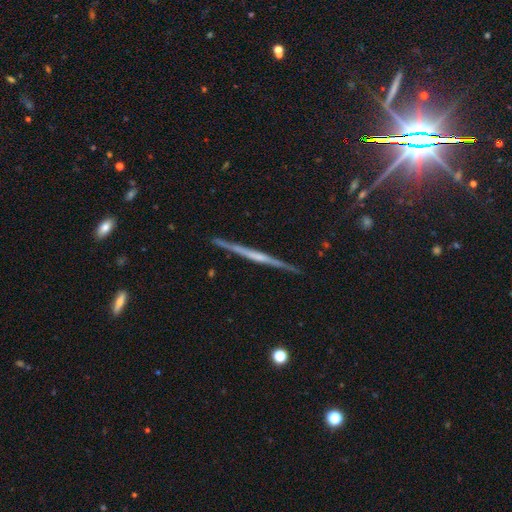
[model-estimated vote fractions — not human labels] Overall: featured or disk (73%). Edge-on disk: yes (98%). Edge-on bulge: none (64%; rounded 25%). Merging: none (90%).